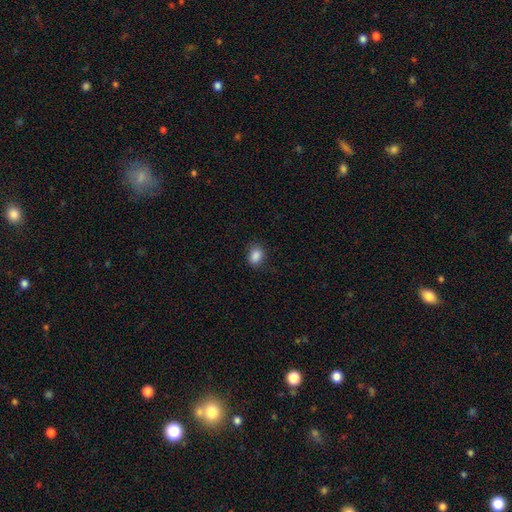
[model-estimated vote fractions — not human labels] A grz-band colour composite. It shows a smooth galaxy with no disk features (87%) that is in between round and cigar-shaped (64%). Merging: none (81%).